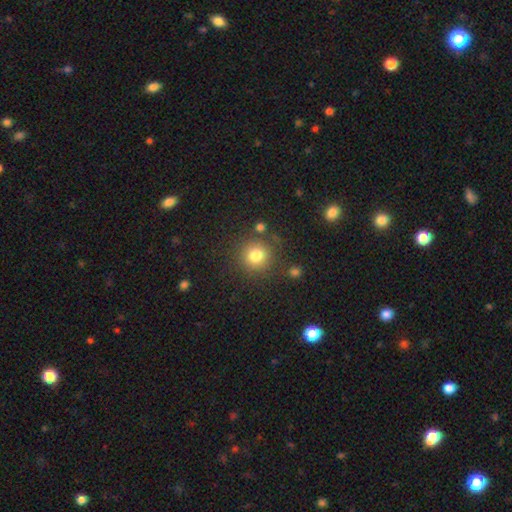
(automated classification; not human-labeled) This appears to be a smooth galaxy with no disk features (81%) that is round (91%). Merging: none (81%).